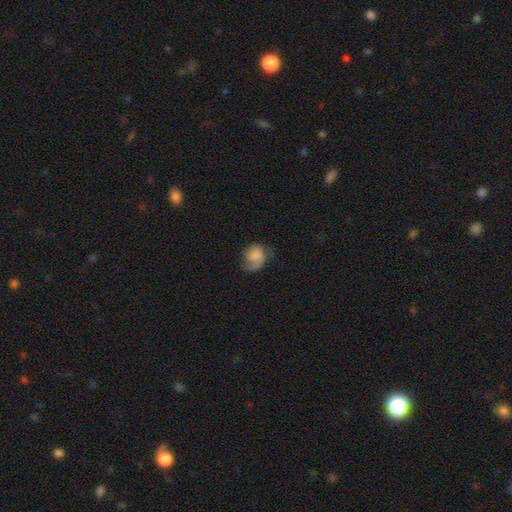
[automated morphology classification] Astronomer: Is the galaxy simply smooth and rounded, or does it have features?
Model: featured or disk — 46%, tied with smooth at 46%.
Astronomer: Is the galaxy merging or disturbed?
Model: none — 45% (runner-up: major disturbance, 28%).